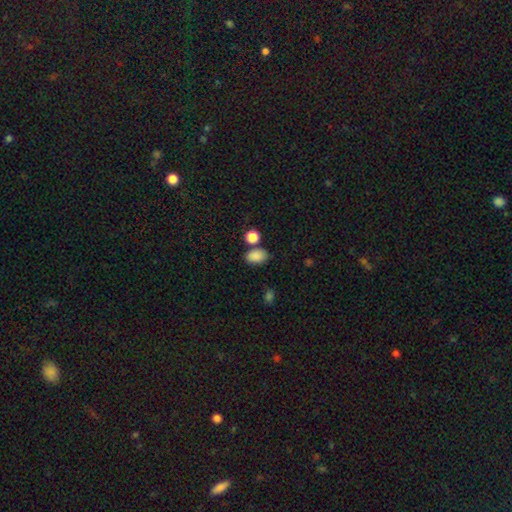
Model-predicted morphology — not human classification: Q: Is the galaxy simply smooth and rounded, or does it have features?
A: smooth — 86%.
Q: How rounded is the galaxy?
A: in between — 84%.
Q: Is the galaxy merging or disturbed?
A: none — 72%.